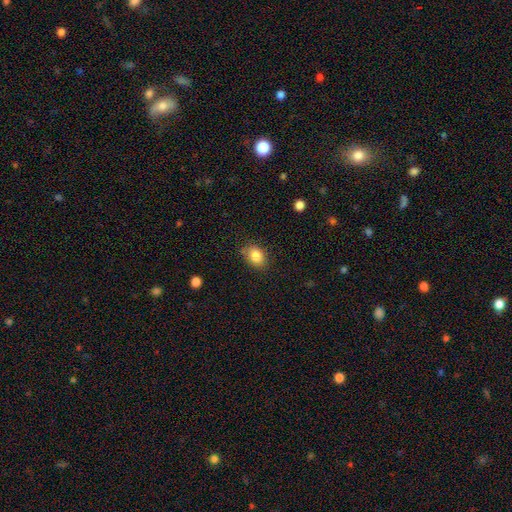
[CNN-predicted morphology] type=smooth (84%); roundness=in between (68%); merging=none (78%).